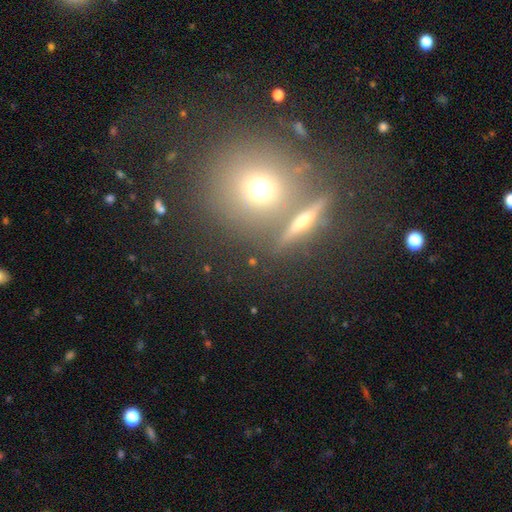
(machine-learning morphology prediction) type=smooth (40%); merging=none (66%).